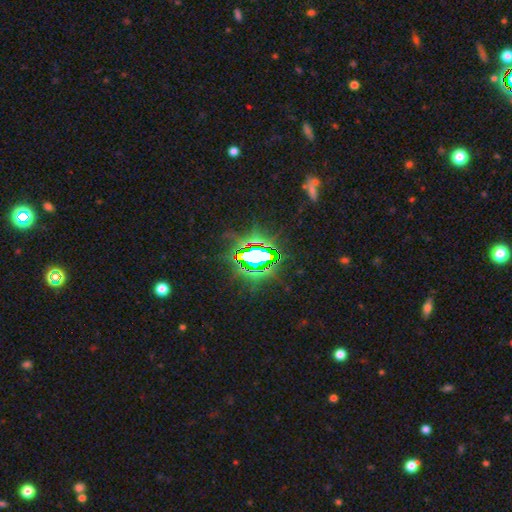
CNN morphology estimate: smooth_or_featured: star or artifact (p=0.78) [alt: featured or disk p=0.11]